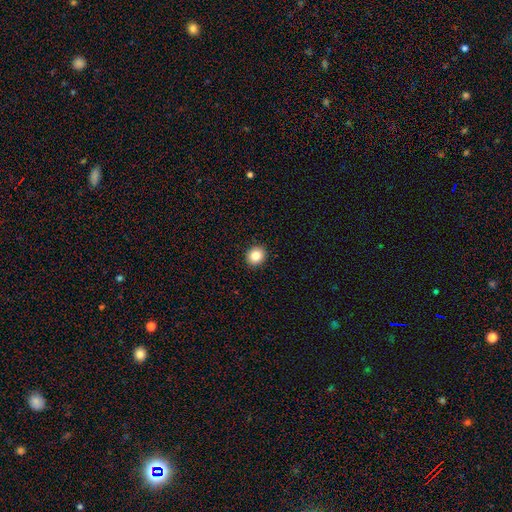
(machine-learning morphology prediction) This is clearly a smooth galaxy (84%). How rounded: likely round (77%). Merging: clearly none (92%).